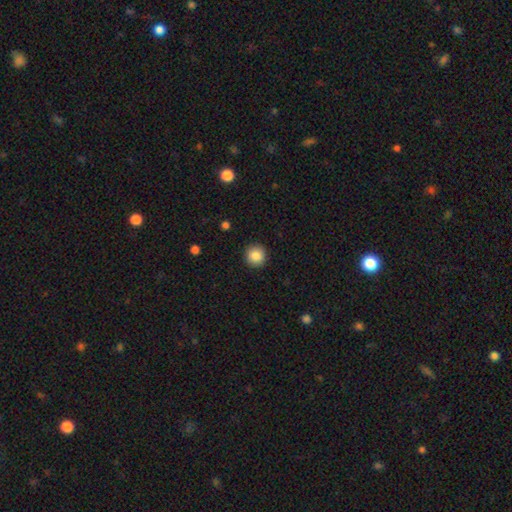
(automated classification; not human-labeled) smooth_or_featured: smooth (p=0.87) [alt: star or artifact p=0.09]
how_rounded: round (p=0.94) [alt: in between p=0.05]
merging: none (p=0.92) [alt: minor disturbance p=0.06]